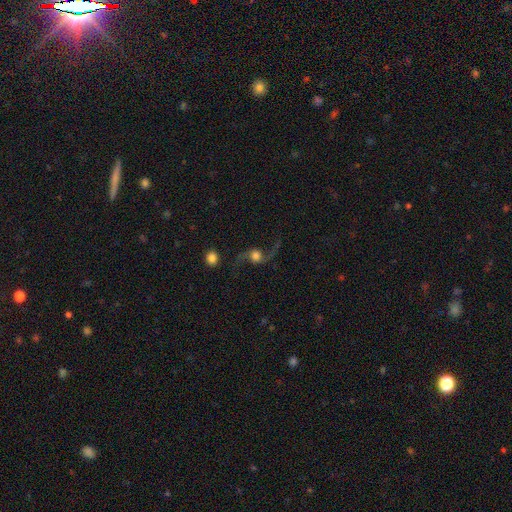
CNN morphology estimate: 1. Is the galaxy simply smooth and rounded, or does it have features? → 82% featured or disk, 10% smooth, 8% star or artifact.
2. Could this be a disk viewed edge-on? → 95% no, 5% yes.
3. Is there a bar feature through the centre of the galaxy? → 67% no, 25% weak, 8% strong.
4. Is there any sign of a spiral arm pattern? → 96% yes, 4% no.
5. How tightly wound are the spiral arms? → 91% loose, 7% medium, 2% tight.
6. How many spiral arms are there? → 93% 2, 2% 1, 1% can't tell, 1% 3, 1% 4, 1% more than 4.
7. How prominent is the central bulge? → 42% moderate, 33% large, 12% small, 8% dominant, 4% none.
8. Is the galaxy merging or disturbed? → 68% none, 14% minor disturbance, 14% major disturbance, 4% merger.